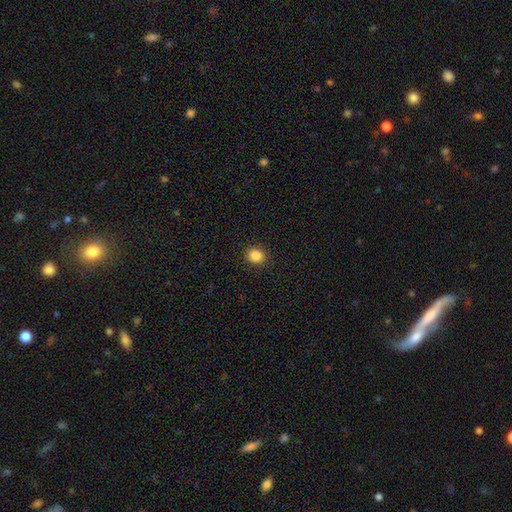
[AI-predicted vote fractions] Smooth or featured? smooth (86%)
How rounded? round (80%)
Merging? none (91%)